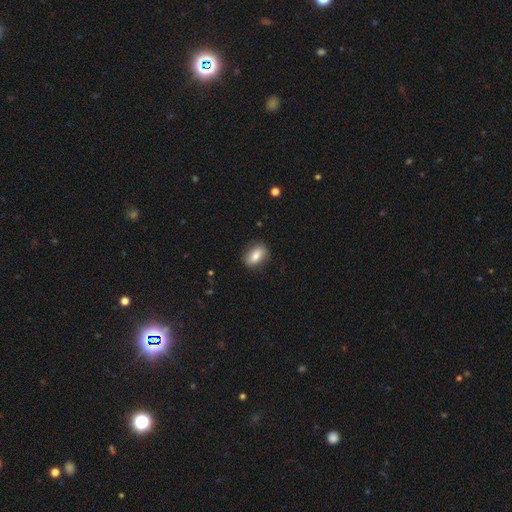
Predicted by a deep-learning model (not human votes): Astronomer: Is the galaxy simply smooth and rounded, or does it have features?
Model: smooth — 77%.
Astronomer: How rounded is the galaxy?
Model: in between — 81%.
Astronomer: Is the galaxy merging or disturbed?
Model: none — 83%.